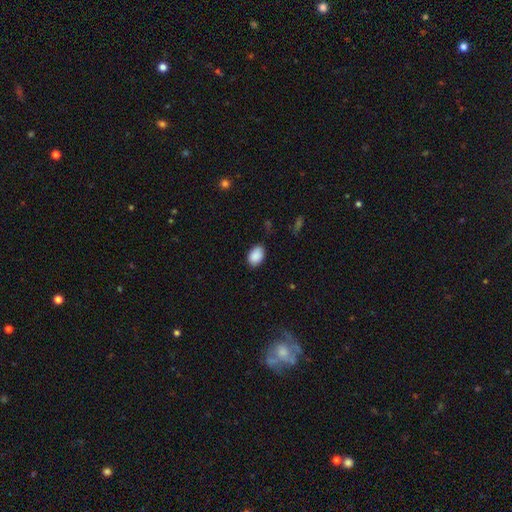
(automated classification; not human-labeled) Morphology: type=smooth (90%); roundness=in between (81%); merging=none (81%).